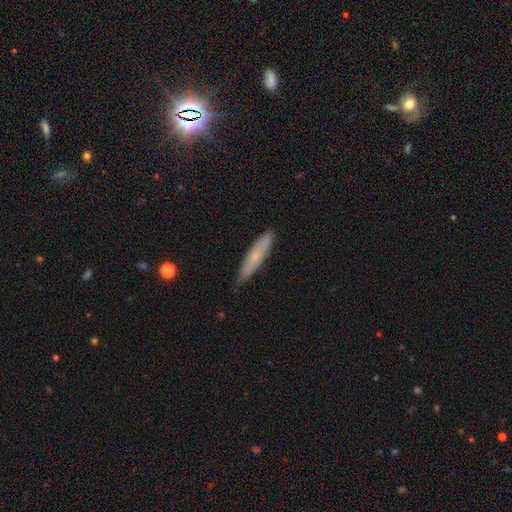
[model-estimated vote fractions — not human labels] Q: Smooth or featured?
A: smooth (61%); runner-up: featured or disk (32%)
Q: How rounded?
A: cigar-shaped (86%); runner-up: in between (12%)
Q: Merging?
A: none (82%); runner-up: minor disturbance (14%)